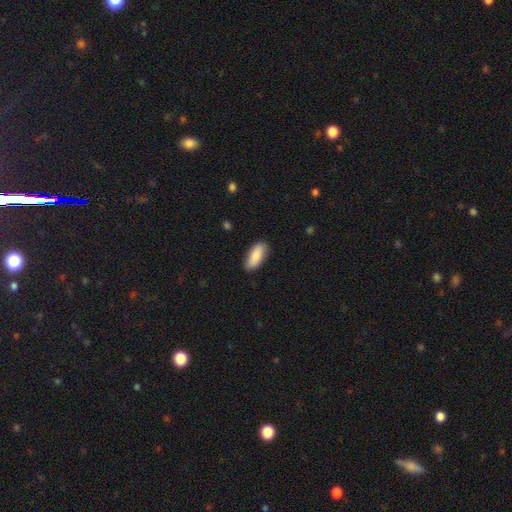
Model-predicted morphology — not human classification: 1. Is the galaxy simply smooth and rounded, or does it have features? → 87% smooth, 8% featured or disk, 6% star or artifact.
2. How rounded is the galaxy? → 84% in between, 15% cigar-shaped, 2% round.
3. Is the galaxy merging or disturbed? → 85% none, 12% minor disturbance, 2% major disturbance, 1% merger.